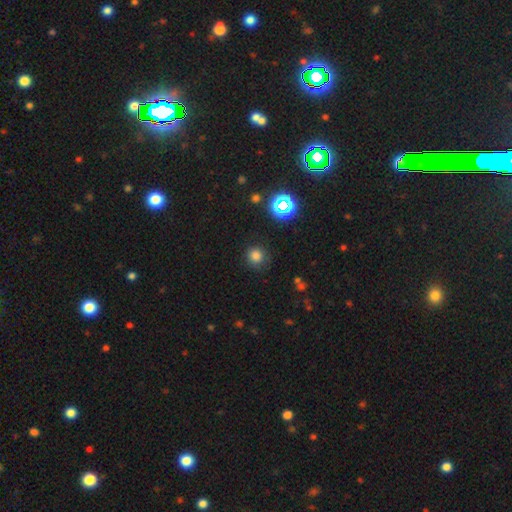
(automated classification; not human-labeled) smooth 76%, star or artifact 19%, featured or disk 5%. Down the decision tree: how rounded — round (92%); merging — none (85%).